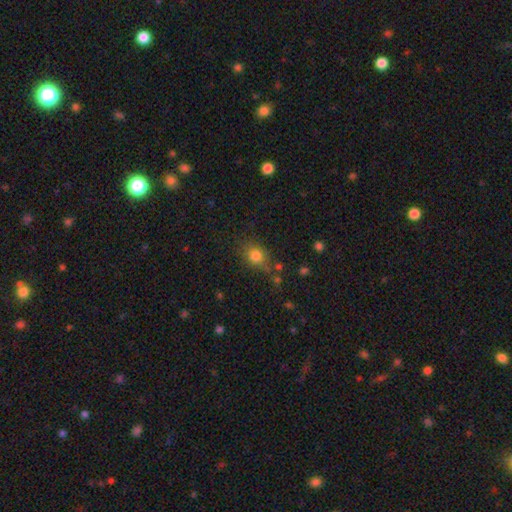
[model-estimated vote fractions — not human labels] Morphology: type=smooth (79%); roundness=round (62%); merging=none (69%).